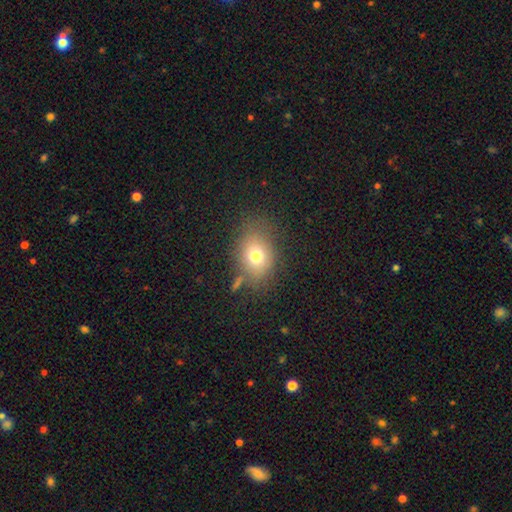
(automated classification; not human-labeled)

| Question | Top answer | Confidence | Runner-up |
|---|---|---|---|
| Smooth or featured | smooth | 73% | featured or disk (13%) |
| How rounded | in between | 58% | round (41%) |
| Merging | none | 71% | minor disturbance (16%) |